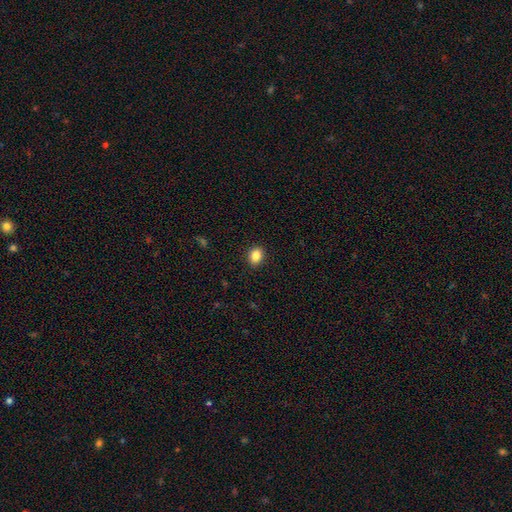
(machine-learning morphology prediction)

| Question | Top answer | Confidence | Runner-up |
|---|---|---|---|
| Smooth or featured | smooth | 87% | star or artifact (9%) |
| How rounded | in between | 66% | round (33%) |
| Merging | none | 90% | minor disturbance (7%) |